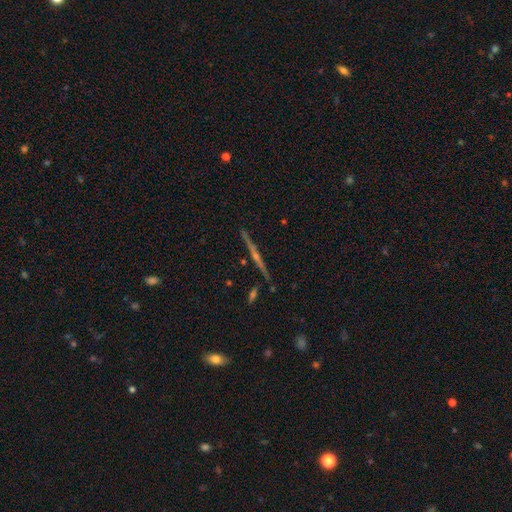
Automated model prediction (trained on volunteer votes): A featured or disk galaxy (79%) viewed edge-on (98%) with a rounded central bulge (74%). Merging: none (90%).